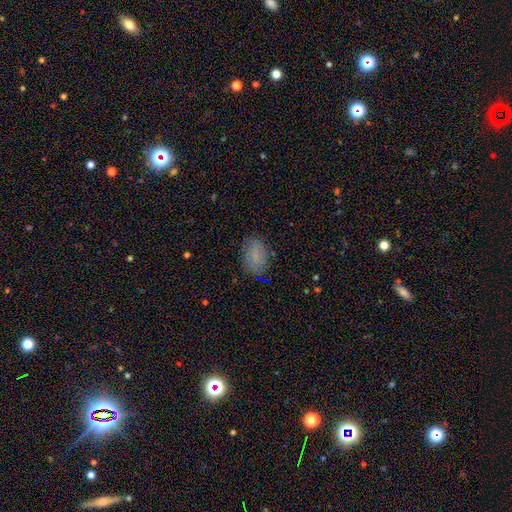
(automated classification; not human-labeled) The model was most divided on "smooth or featured": smooth: 68%, featured or disk: 21%, star or artifact: 11%. More confident: how rounded — in between (84%); merging — none (80%).